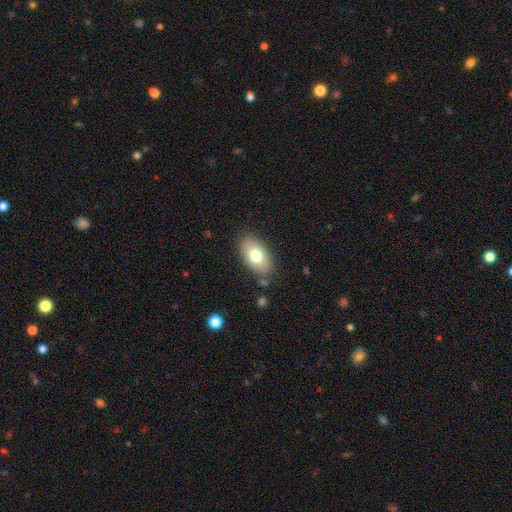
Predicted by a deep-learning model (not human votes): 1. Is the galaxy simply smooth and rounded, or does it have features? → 75% smooth, 18% featured or disk, 7% star or artifact.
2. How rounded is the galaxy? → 93% in between, 6% round, 2% cigar-shaped.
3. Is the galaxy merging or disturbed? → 83% none, 12% minor disturbance, 3% major disturbance, 2% merger.